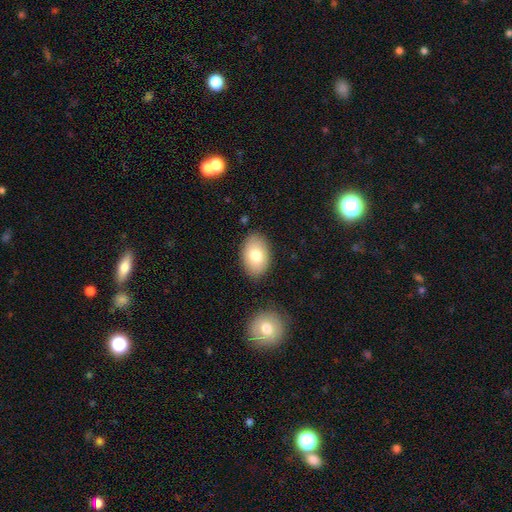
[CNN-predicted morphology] Smooth or featured: smooth — 79% (featured or disk — 14%)
How rounded: in between — 89% (round — 10%)
Merging: none — 85% (minor disturbance — 10%)